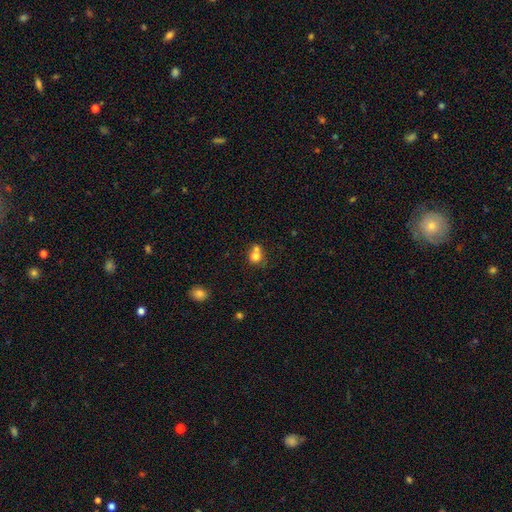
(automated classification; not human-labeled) This appears to be a smooth galaxy with no disk features (75%) that is round (76%). Merging: merger (54%).